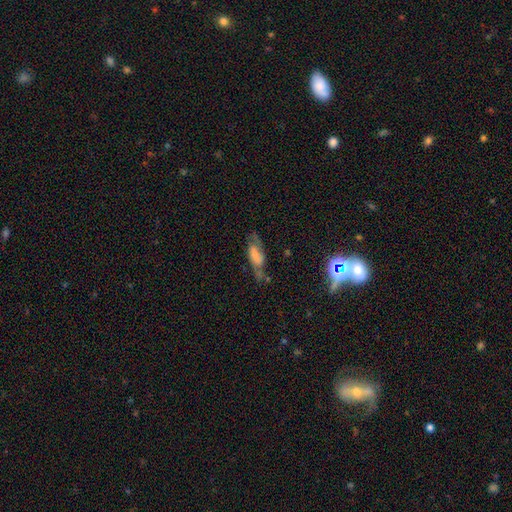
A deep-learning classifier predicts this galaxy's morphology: type=featured or disk (51%); edge-on=no (85%); merging=none (47%).